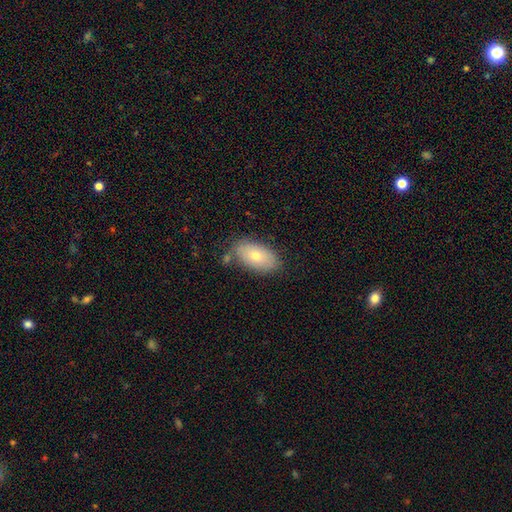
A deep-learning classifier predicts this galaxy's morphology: This appears to be a smooth galaxy with no disk features (71%) that is in between round and cigar-shaped (93%). Merging: none (77%).